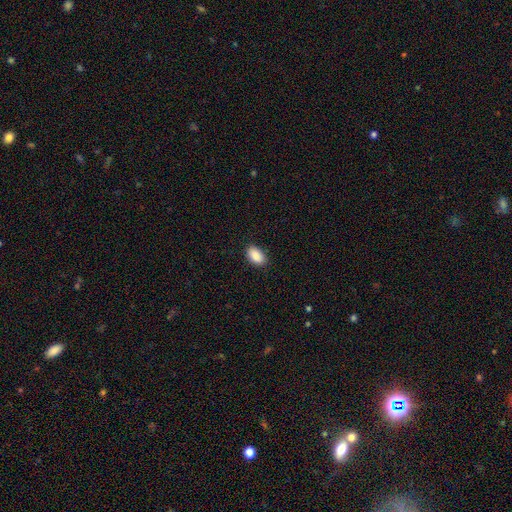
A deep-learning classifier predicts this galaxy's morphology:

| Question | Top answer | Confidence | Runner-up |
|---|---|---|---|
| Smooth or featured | smooth | 90% | star or artifact (7%) |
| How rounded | in between | 93% | round (6%) |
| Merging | none | 87% | minor disturbance (9%) |